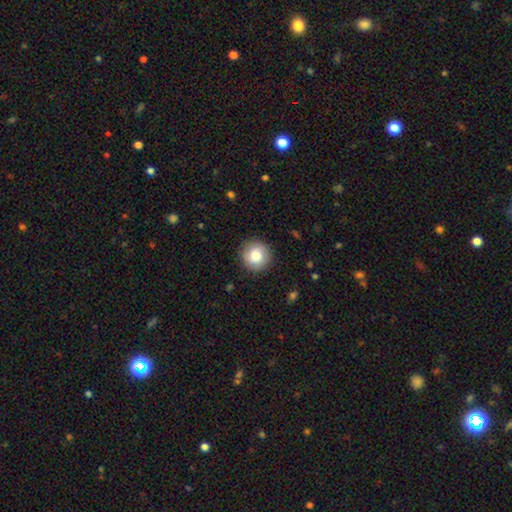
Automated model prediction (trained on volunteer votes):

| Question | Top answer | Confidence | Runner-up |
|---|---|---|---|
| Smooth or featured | smooth | 84% | featured or disk (9%) |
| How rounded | round | 93% | in between (6%) |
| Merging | none | 89% | minor disturbance (8%) |